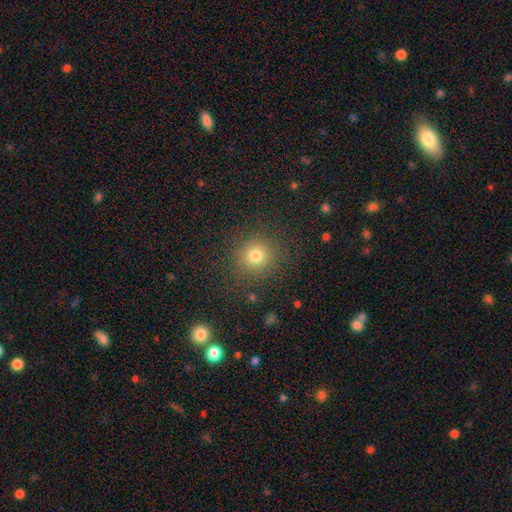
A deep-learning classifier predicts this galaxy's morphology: Smooth or featured?
  - smooth: 77% *
  - star or artifact: 16%
  - featured or disk: 7%
How rounded?
  - round: 93% *
  - in between: 6%
  - cigar-shaped: 1%
Merging?
  - none: 88% *
  - minor disturbance: 7%
  - major disturbance: 3%
  - merger: 2%